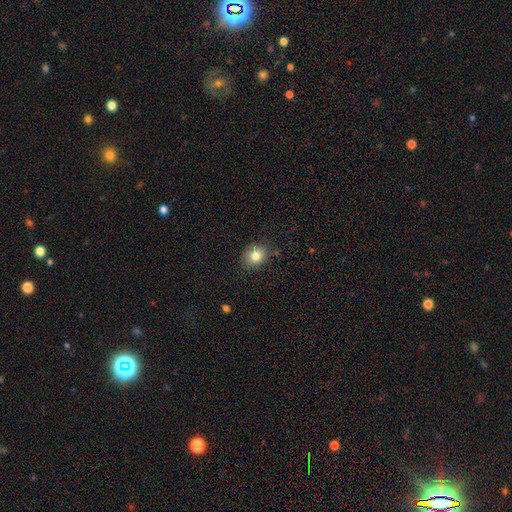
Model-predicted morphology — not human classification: This is clearly a smooth galaxy (82%). How rounded: likely round (62%). Merging: clearly none (81%).